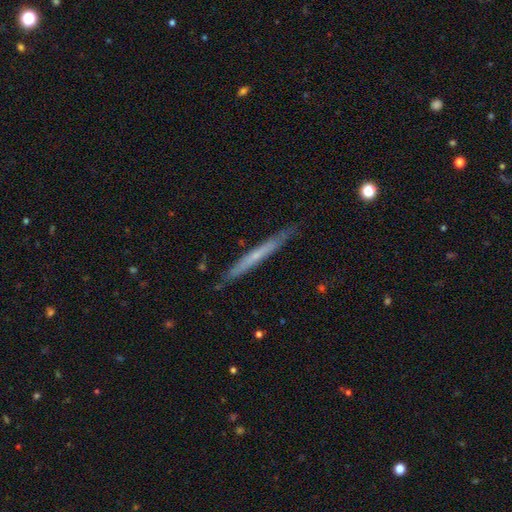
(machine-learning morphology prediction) featured or disk 50%, smooth 43%, star or artifact 6%. Down the decision tree: edge-on disk — yes (95%); merging — none (88%).